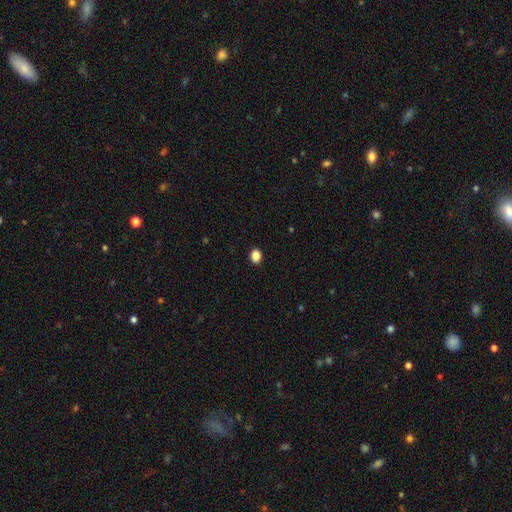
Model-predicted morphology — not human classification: Smooth or featured?
  - smooth: 88% *
  - star or artifact: 9%
  - featured or disk: 2%
How rounded?
  - round: 50% *
  - in between: 49%
  - cigar-shaped: 1%
Merging?
  - none: 91% *
  - minor disturbance: 6%
  - major disturbance: 2%
  - merger: 1%